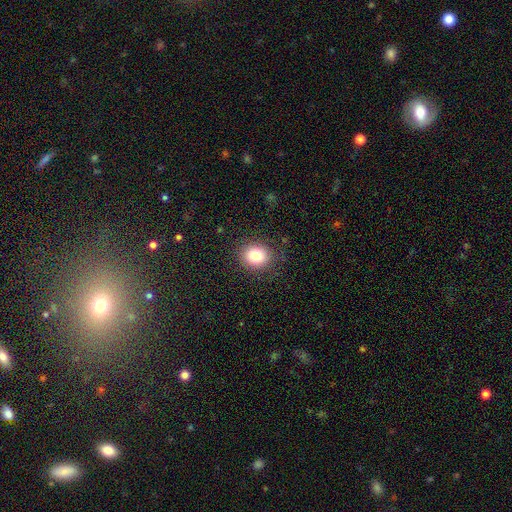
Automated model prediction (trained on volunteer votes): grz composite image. It shows a smooth galaxy with no disk features (81%) that is round (71%). Merging: none (87%).